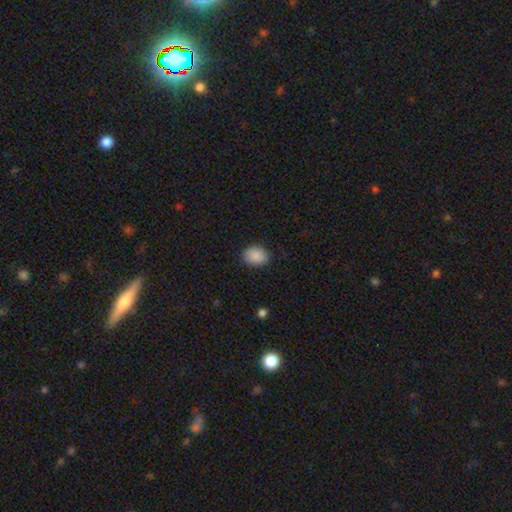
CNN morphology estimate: Smooth or featured? smooth (89%)
How rounded? in between (62%)
Merging? none (87%)